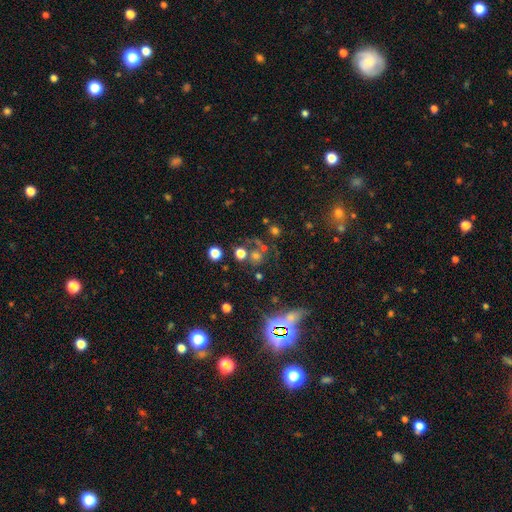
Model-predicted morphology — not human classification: Smooth or featured?
  - star or artifact: 45% *
  - smooth: 39%
  - featured or disk: 16%